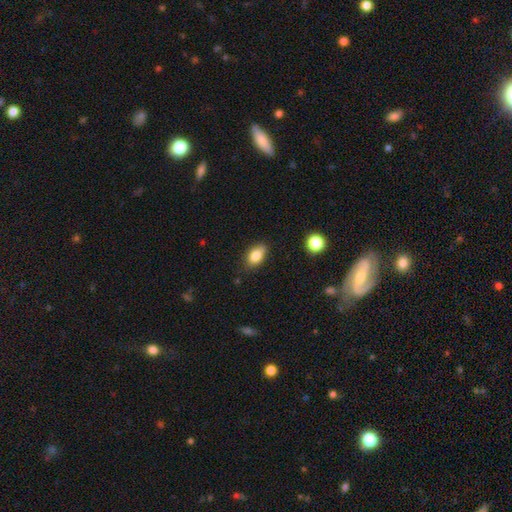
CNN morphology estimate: Smooth or featured? smooth (82%)
How rounded? in between (85%)
Merging? none (75%)